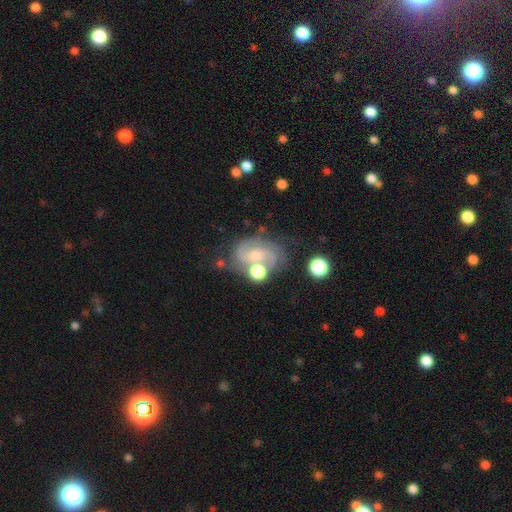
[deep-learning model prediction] A featured or disk galaxy (80%) with no bar (49%), 2 (69%) medium (48%) spiral arms (95%) and a small central bulge (44%).

Vote fractions:
- Smooth or featured? featured or disk: 80% / smooth: 12% / star or artifact: 9%
- Edge-on disk? no: 97% / yes: 3%
- Bar? no: 49% / weak: 41% / strong: 10%
- Spiral arms? yes: 95% / no: 5%
- Spiral winding? medium: 48% / tight: 38% / loose: 14%
- Spiral arm count? 2: 69% / can't tell: 12% / 3: 11% / 1: 3% / 4: 2% / more than 4: 2%
- Bulge size? small: 44% / moderate: 40% / none: 9% / large: 5% / dominant: 2%
- Merging? none: 56% / minor disturbance: 19% / merger: 14% / major disturbance: 11%